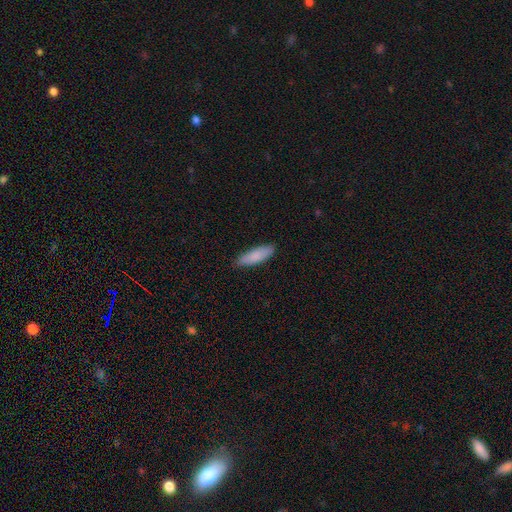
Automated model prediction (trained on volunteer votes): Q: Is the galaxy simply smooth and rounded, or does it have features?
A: smooth — 86%.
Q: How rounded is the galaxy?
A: cigar-shaped — 55%.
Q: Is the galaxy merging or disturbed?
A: none — 85%.